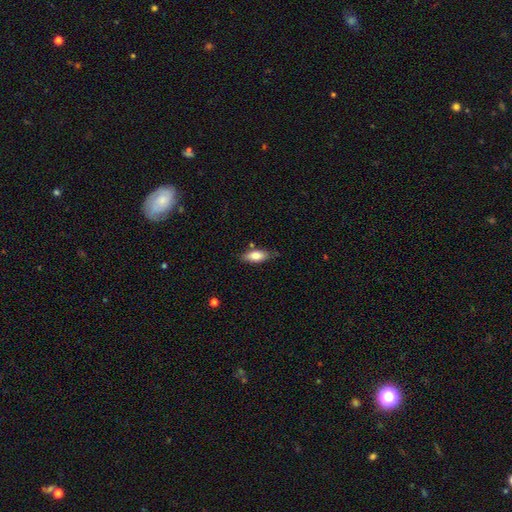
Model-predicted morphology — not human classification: smooth 80%, featured or disk 14%, star or artifact 7%. Down the decision tree: how rounded — in between (81%); merging — none (77%).